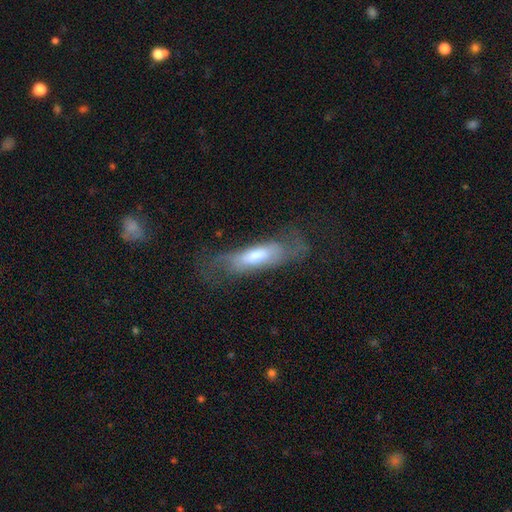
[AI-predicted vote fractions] This is possibly a featured or disk galaxy (57%). It is likely not viewed edge-on (61%). Merging: possibly none (58%).